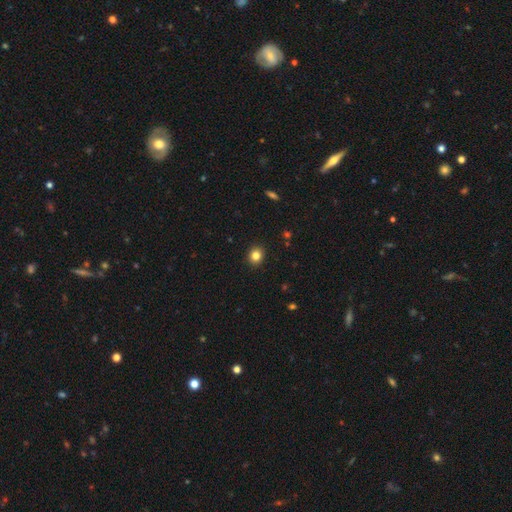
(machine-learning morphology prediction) type=smooth (83%); roundness=round (79%); merging=none (92%).